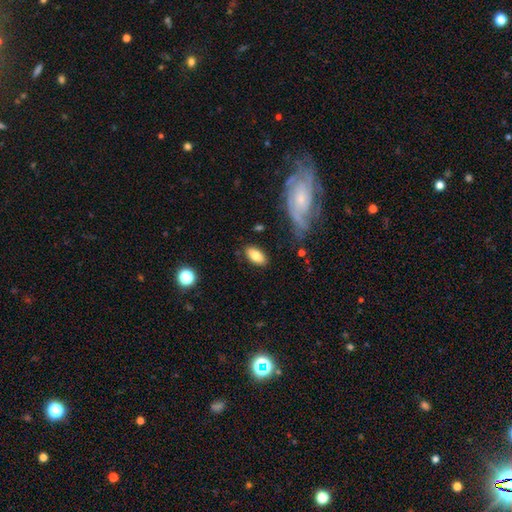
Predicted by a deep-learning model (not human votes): A smooth galaxy with no disk features (81%) that is in between round and cigar-shaped (91%). Merging: none (83%).